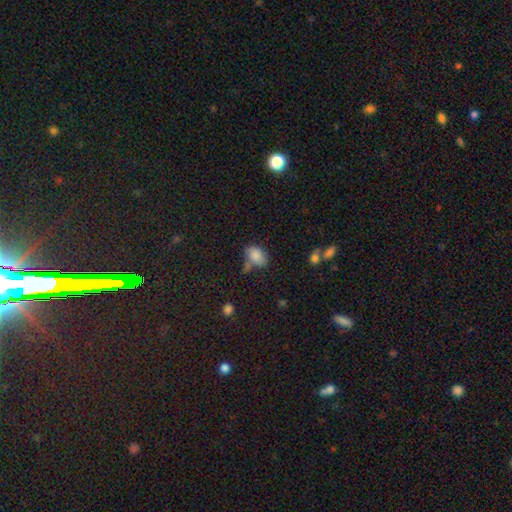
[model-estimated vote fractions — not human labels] Smooth or featured: smooth — 83% (star or artifact — 9%)
How rounded: in between — 80% (round — 18%)
Merging: none — 47% (minor disturbance — 25%)